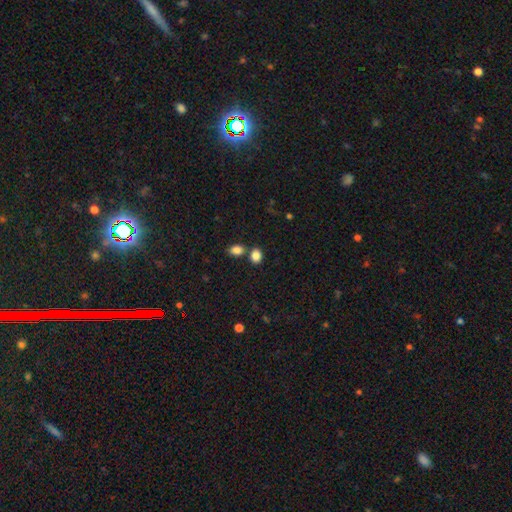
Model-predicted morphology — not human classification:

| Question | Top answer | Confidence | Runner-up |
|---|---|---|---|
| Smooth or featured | smooth | 86% | star or artifact (9%) |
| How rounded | in between | 67% | round (32%) |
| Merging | none | 60% | merger (27%) |